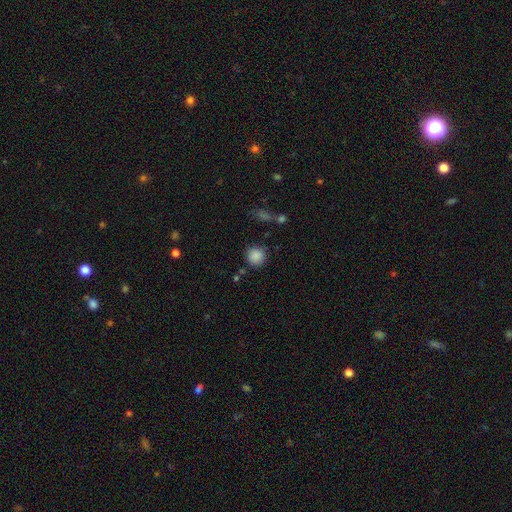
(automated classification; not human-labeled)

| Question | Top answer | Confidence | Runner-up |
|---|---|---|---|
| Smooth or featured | smooth | 87% | star or artifact (9%) |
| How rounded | round | 92% | in between (7%) |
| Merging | none | 82% | minor disturbance (10%) |